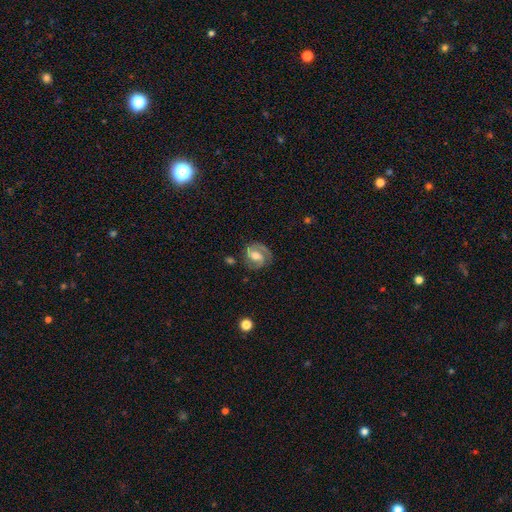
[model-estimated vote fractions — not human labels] Smooth or featured: featured or disk — 83% (smooth — 11%)
Edge-on disk: no — 98% (yes — 2%)
Bar: weak — 47% (no — 28%)
Spiral arms: yes — 96% (no — 4%)
Spiral winding: medium — 50% (tight — 38%)
Spiral arm count: 2 — 84% (1 — 7%)
Bulge size: moderate — 65% (small — 22%)
Merging: none — 75% (minor disturbance — 16%)